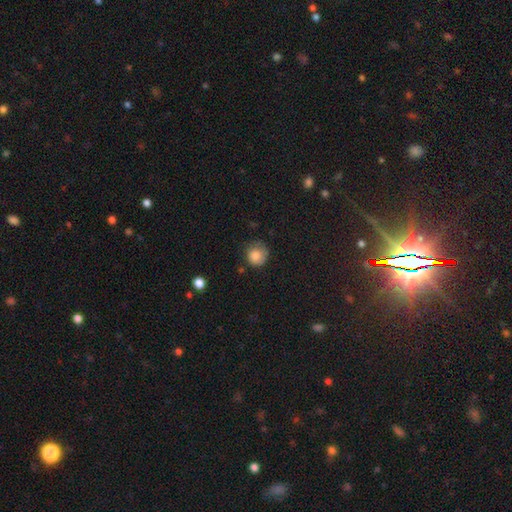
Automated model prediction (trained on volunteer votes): smooth-or-featured: smooth: 82% | featured or disk: 10% | star or artifact: 8%
  how-rounded: round: 86% | in between: 13% | cigar-shaped: 1%
  merging: none: 55% | minor disturbance: 30% | major disturbance: 13% | merger: 2%